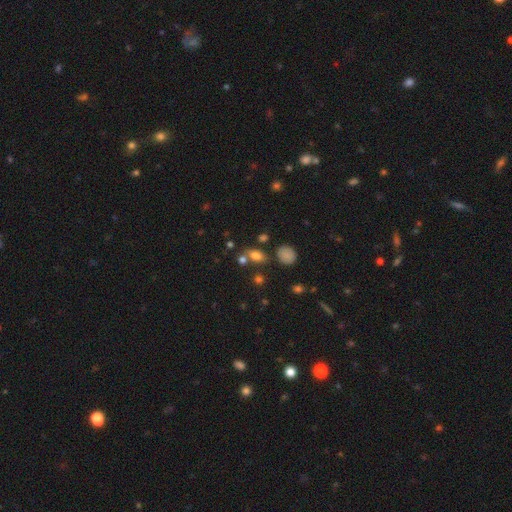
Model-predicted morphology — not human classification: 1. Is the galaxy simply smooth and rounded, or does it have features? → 76% smooth, 15% star or artifact, 8% featured or disk.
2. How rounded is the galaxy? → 76% in between, 21% round, 4% cigar-shaped.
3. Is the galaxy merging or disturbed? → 65% none, 18% merger, 12% minor disturbance, 5% major disturbance.